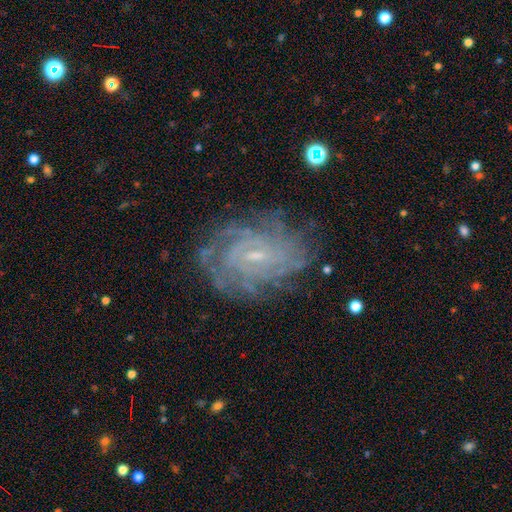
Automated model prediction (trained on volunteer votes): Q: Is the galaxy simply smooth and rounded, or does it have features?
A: featured or disk — 84%.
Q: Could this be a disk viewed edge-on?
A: no — 97%.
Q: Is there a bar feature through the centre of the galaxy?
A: weak — 54%.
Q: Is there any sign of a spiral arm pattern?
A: yes — 95%.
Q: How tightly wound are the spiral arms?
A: tight — 72%.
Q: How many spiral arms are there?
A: can't tell — 40%.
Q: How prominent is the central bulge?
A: small — 76%.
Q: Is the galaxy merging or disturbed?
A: none — 75%.